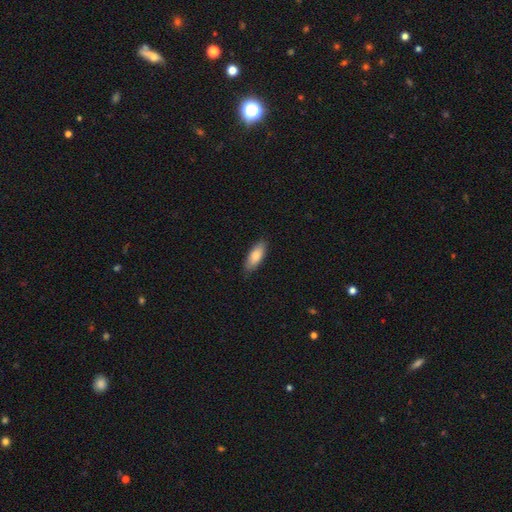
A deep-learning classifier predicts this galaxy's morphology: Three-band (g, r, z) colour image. It shows a smooth galaxy with no disk features (83%) that is in between round and cigar-shaped (71%). Merging: none (85%).